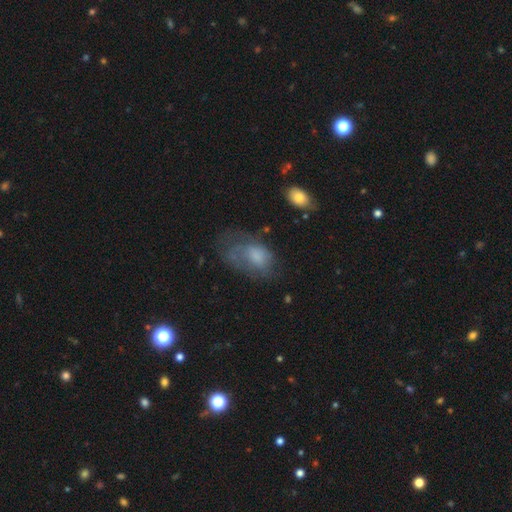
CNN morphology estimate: Overall: smooth (54%; featured or disk 36%). How rounded: in between (86%). Merging: major disturbance (37%; none 34%).